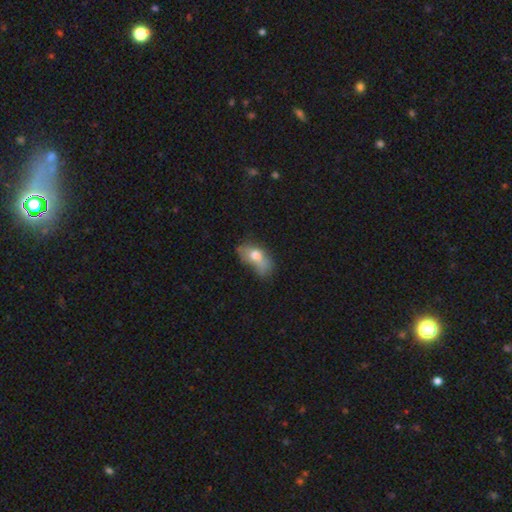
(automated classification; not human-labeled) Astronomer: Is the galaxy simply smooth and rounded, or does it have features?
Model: smooth — 65%.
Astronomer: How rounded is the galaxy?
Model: in between — 86%.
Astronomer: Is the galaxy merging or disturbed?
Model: major disturbance — 31% (runner-up: minor disturbance, 28%).